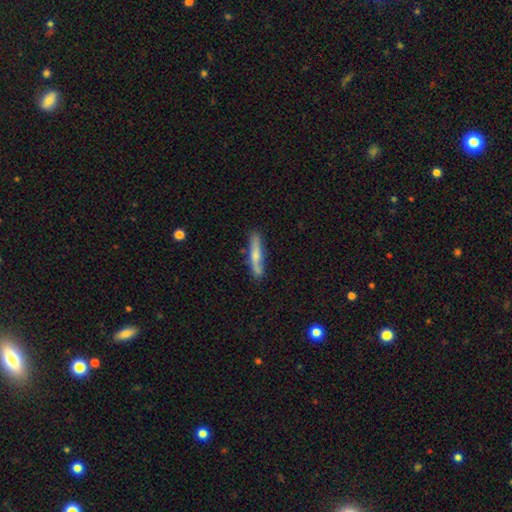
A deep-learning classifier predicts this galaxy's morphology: Q: Smooth or featured?
A: smooth (59%); runner-up: featured or disk (35%)
Q: How rounded?
A: cigar-shaped (89%); runner-up: in between (9%)
Q: Merging?
A: none (79%); runner-up: minor disturbance (16%)